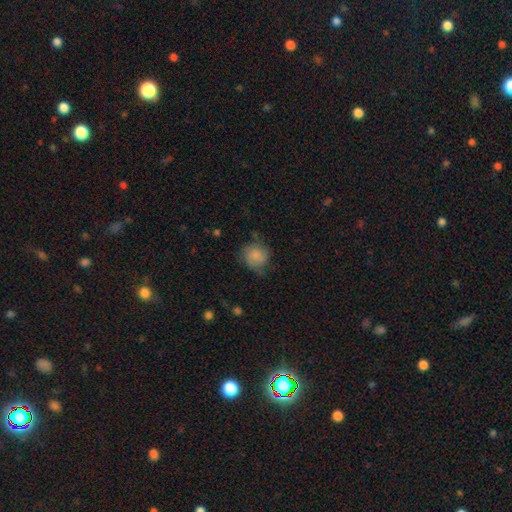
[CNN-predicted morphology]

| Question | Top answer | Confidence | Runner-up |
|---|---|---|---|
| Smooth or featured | smooth | 79% | featured or disk (12%) |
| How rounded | round | 83% | in between (16%) |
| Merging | none | 58% | minor disturbance (30%) |